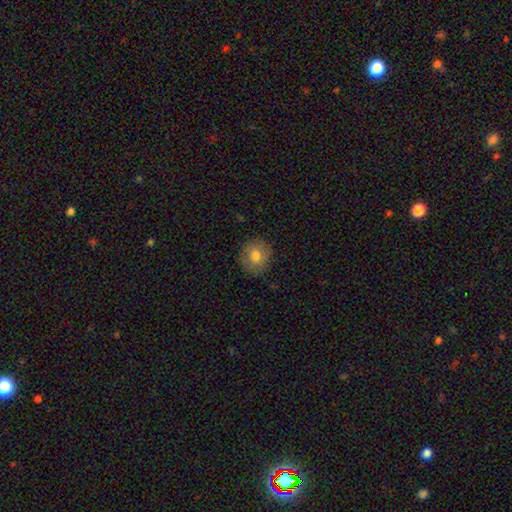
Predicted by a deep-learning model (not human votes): Morphology: type=smooth (76%); roundness=round (77%); merging=none (84%).